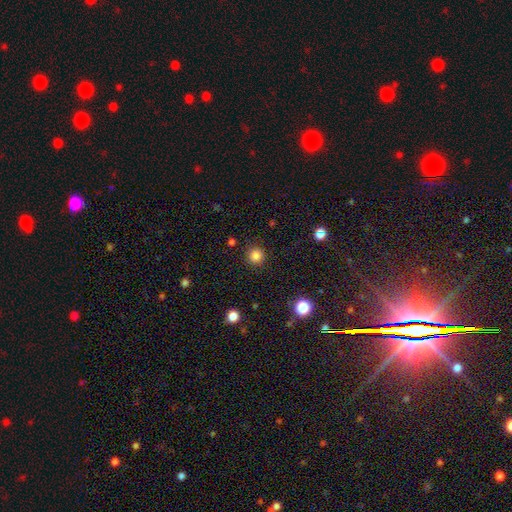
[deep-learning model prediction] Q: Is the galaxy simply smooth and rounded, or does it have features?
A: smooth — 83%.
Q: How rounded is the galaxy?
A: round — 95%.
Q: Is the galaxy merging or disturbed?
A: none — 91%.